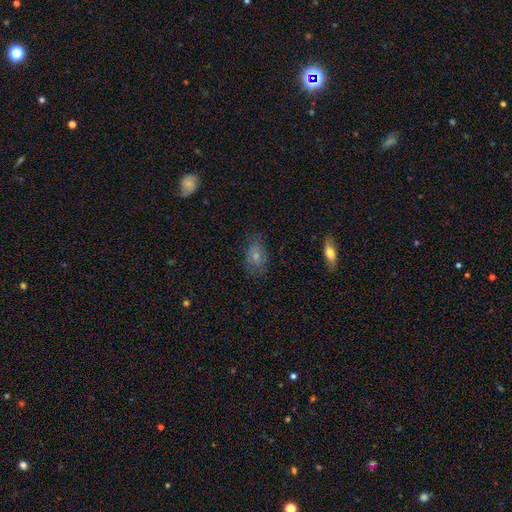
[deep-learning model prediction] smooth-or-featured: smooth: 46% | featured or disk: 34% | star or artifact: 20%
  merging: none: 74% | minor disturbance: 18% | major disturbance: 7% | merger: 1%